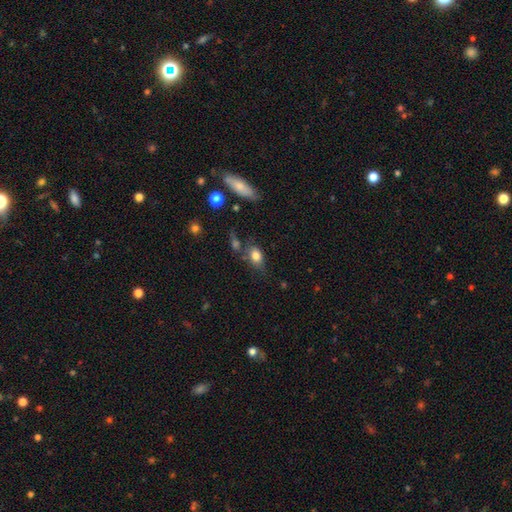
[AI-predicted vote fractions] Overall: smooth (80%). How rounded: in between (79%). Merging: none (59%; minor disturbance 21%).